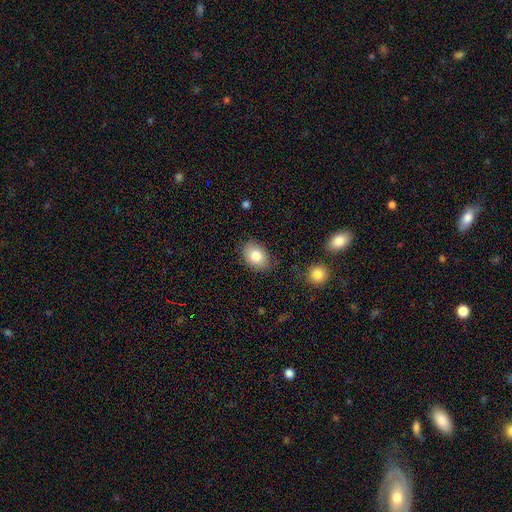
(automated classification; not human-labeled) A smooth galaxy with no disk features (82%) that is in between round and cigar-shaped (77%). Merging: none (82%).